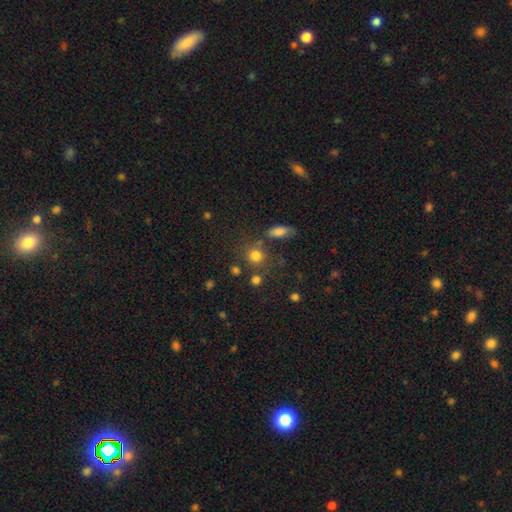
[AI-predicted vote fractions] Morphology: type=smooth (79%); roundness=round (83%); merging=none (68%).